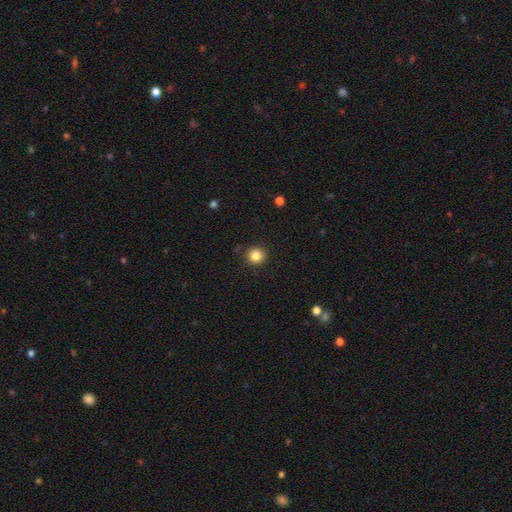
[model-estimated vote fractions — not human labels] smooth 84%, star or artifact 11%, featured or disk 5%. Down the decision tree: how rounded — round (92%); merging — none (90%).